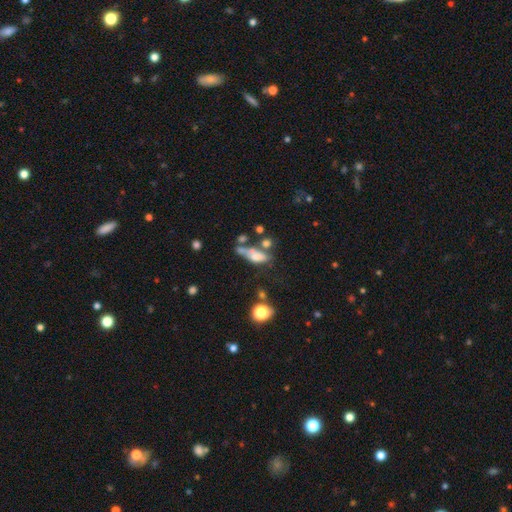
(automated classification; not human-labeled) Q: Smooth or featured?
A: smooth (55%); runner-up: featured or disk (32%)
Q: How rounded?
A: in between (66%); runner-up: cigar-shaped (28%)
Q: Merging?
A: merger (33%); runner-up: none (25%)